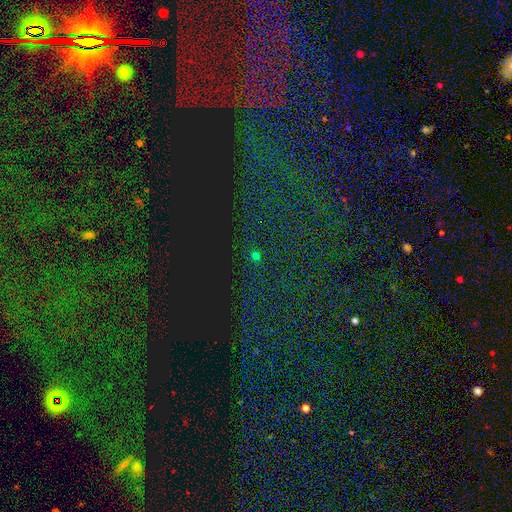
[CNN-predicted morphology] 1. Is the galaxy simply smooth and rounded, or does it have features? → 58% star or artifact, 35% smooth, 7% featured or disk.